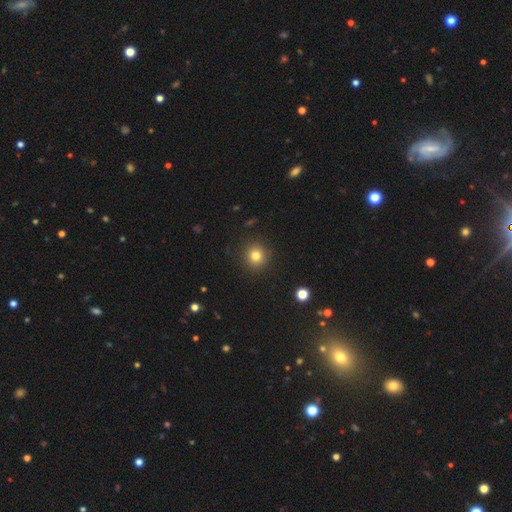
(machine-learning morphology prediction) Smooth or featured? Predicted: smooth (p=0.80). How rounded? Predicted: round (p=0.93). Merging? Predicted: none (p=0.92).